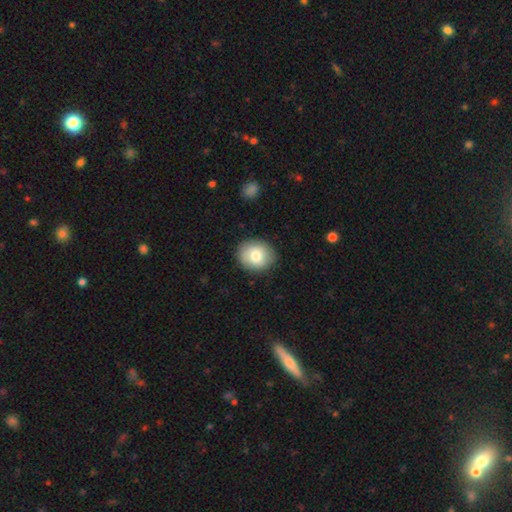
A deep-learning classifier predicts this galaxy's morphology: Smooth or featured: smooth — 79% (featured or disk — 13%)
How rounded: round — 69% (in between — 30%)
Merging: none — 87% (minor disturbance — 9%)